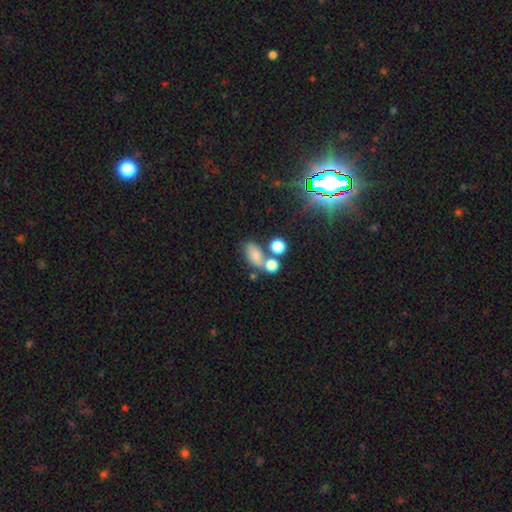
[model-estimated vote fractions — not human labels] Overall: smooth (69%). How rounded: in between (77%). Merging: none (42%; merger 35%).